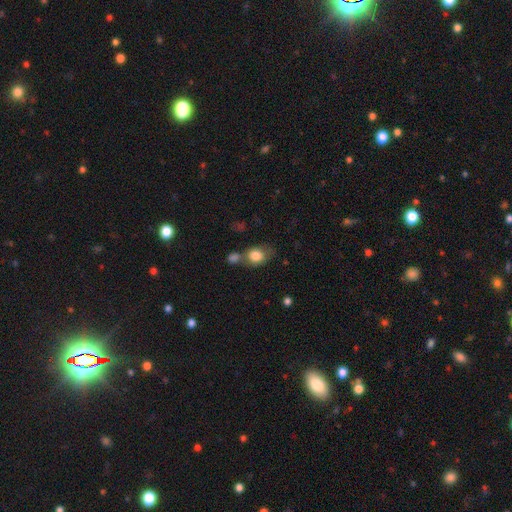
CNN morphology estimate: Smooth or featured? Predicted: smooth (p=0.82). How rounded? Predicted: in between (p=0.52). Merging? Predicted: none (p=0.46).